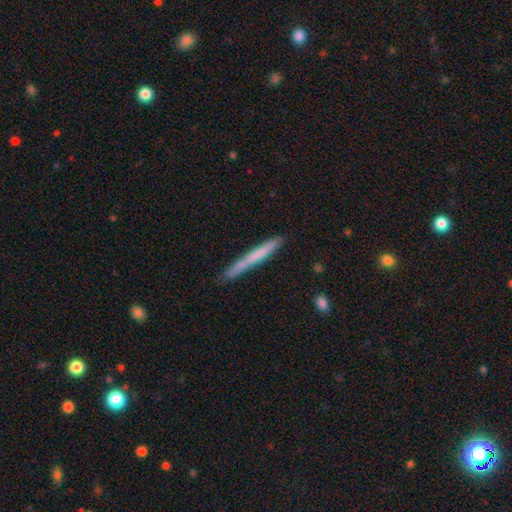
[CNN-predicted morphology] This appears to be a smooth galaxy with no disk features (59%) that is cigar-shaped (97%). Merging: none (81%).